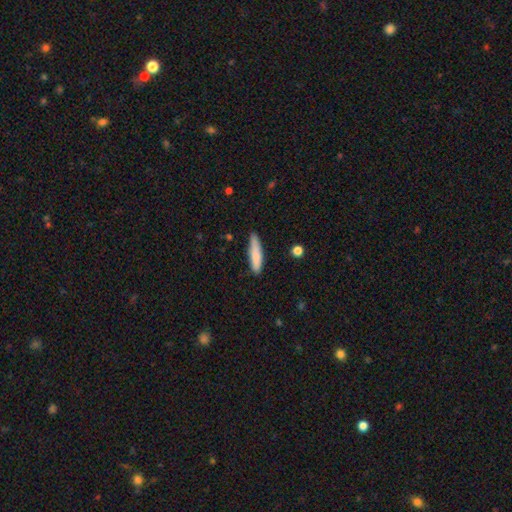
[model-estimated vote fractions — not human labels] Smooth or featured?
  - smooth: 81% *
  - featured or disk: 13%
  - star or artifact: 6%
How rounded?
  - cigar-shaped: 79% *
  - in between: 19%
  - round: 1%
Merging?
  - none: 78% *
  - minor disturbance: 17%
  - major disturbance: 3%
  - merger: 2%